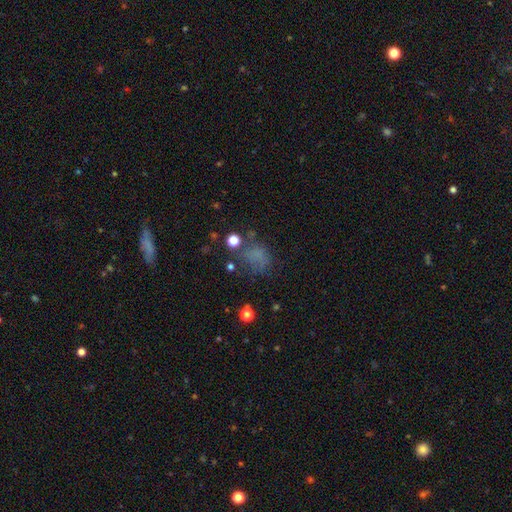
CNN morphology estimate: This is possibly a smooth galaxy (54%). How rounded: possibly in between (51%). Merging: marginally none (44%).